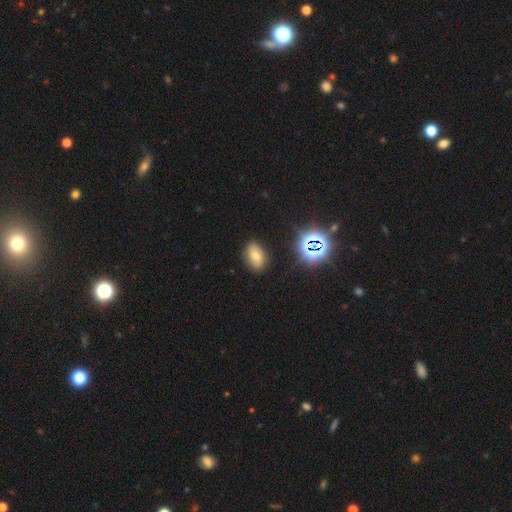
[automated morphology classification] Smooth or featured? smooth (55%)
How rounded? in between (86%)
Merging? none (86%)